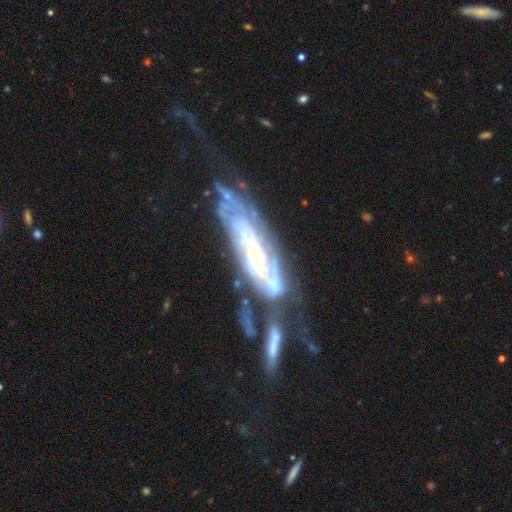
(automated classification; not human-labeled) Smooth or featured? Predicted: featured or disk (p=0.83). Edge-on disk? Predicted: no (p=0.83). Bar? Predicted: no (p=0.58). Spiral arms? Predicted: yes (p=0.91). Spiral winding? Predicted: tight (p=0.62). Spiral arm count? Predicted: can't tell (p=0.46). Bulge size? Predicted: small (p=0.42). Merging? Predicted: merger (p=0.33).